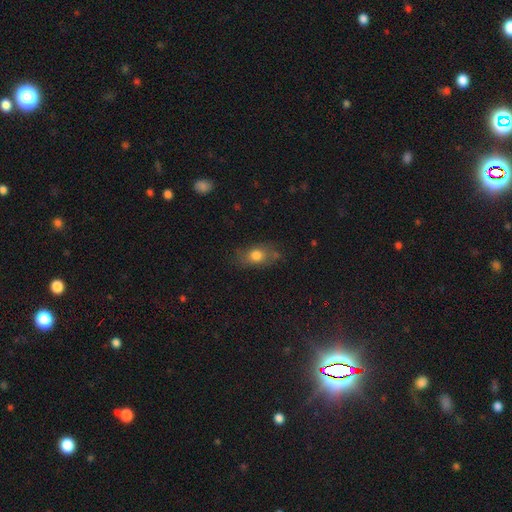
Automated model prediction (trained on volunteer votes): This is likely a smooth galaxy (70%). How rounded: likely in between (71%). Merging: likely none (66%).